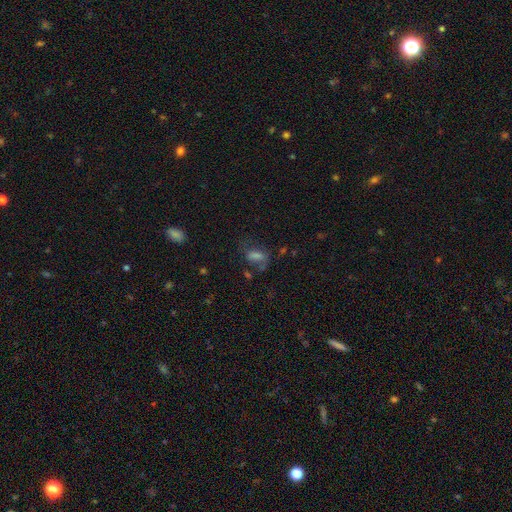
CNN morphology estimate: smooth-or-featured: smooth: 54% | featured or disk: 24% | star or artifact: 22%
  how-rounded: in between: 81% | round: 12% | cigar-shaped: 7%
  merging: none: 50% | minor disturbance: 22% | major disturbance: 21% | merger: 7%